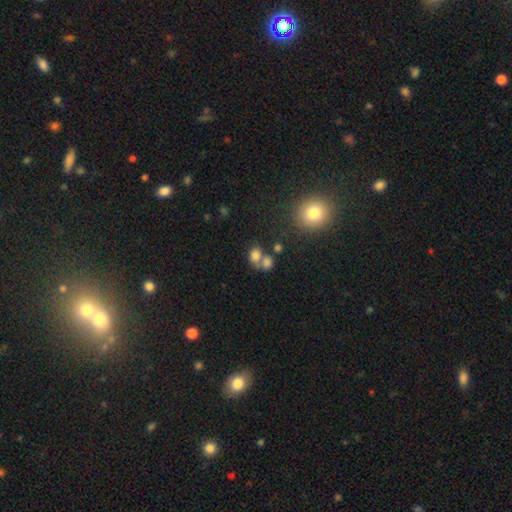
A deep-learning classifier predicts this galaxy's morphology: The model was most divided on "how rounded": round: 51%, in between: 48%, cigar-shaped: 1%. More confident: smooth or featured — smooth (75%); merging — merger (50%).